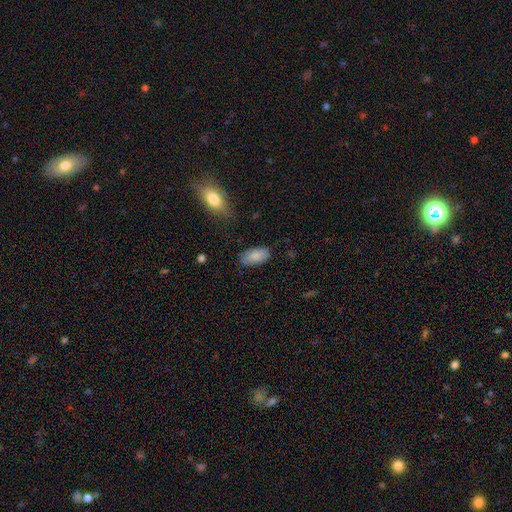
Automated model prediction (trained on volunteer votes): Smooth or featured?
  - smooth: 87% *
  - star or artifact: 7%
  - featured or disk: 6%
How rounded?
  - in between: 93% *
  - cigar-shaped: 5%
  - round: 3%
Merging?
  - none: 79% *
  - minor disturbance: 16%
  - major disturbance: 3%
  - merger: 2%